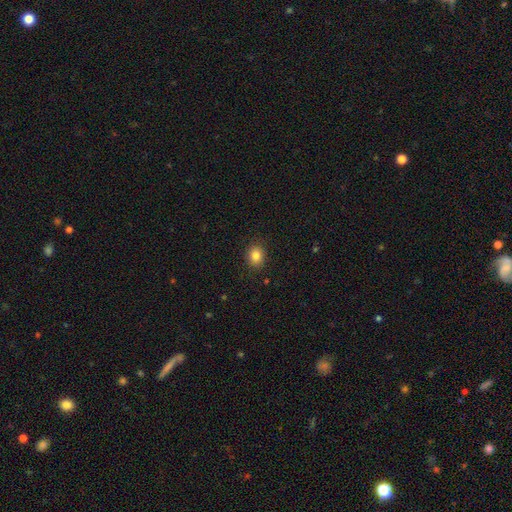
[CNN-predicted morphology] A smooth galaxy with no disk features (84%) that is round (58%).

Vote fractions:
- Smooth or featured? smooth: 84% / star or artifact: 10% / featured or disk: 6%
- How rounded? round: 58% / in between: 41% / cigar-shaped: 1%
- Merging? none: 88% / minor disturbance: 9% / major disturbance: 2% / merger: 1%